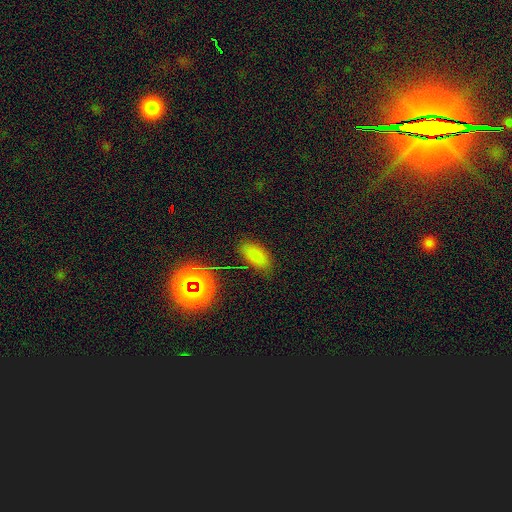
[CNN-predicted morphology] The model was most divided on "smooth or featured": smooth: 75%, star or artifact: 18%, featured or disk: 7%. More confident: how rounded — in between (90%); merging — none (82%).